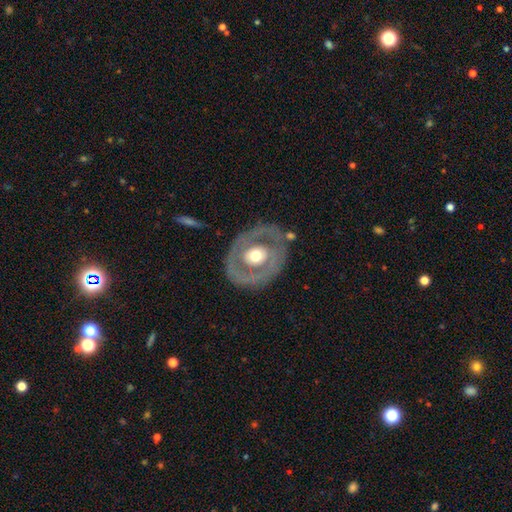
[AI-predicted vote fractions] Morphology: type=featured or disk (70%); edge-on=no (94%); bar=no (74%); spiral arms=no (64%); bulge=moderate (69%); merging=none (79%).